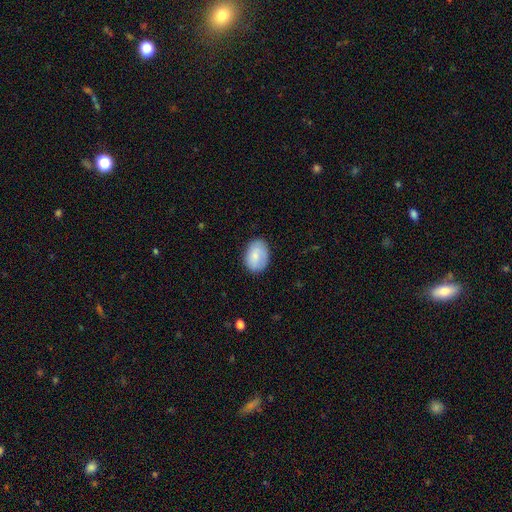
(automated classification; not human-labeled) Smooth or featured? smooth (78%)
How rounded? in between (76%)
Merging? none (81%)